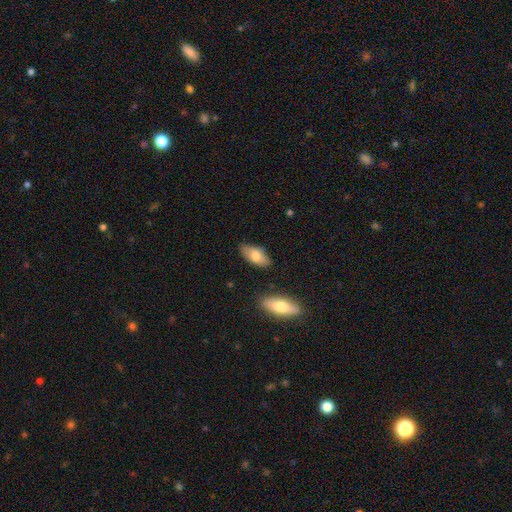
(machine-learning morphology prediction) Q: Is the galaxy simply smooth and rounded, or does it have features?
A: smooth — 78%.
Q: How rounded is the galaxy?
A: in between — 88%.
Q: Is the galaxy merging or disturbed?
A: none — 78%.